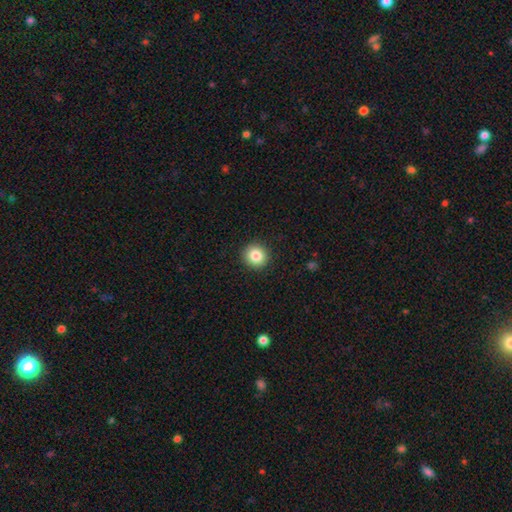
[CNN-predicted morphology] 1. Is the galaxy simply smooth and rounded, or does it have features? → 84% smooth, 10% star or artifact, 6% featured or disk.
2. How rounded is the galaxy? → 93% round, 6% in between, 1% cigar-shaped.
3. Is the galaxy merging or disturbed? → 92% none, 5% minor disturbance, 2% major disturbance, 1% merger.